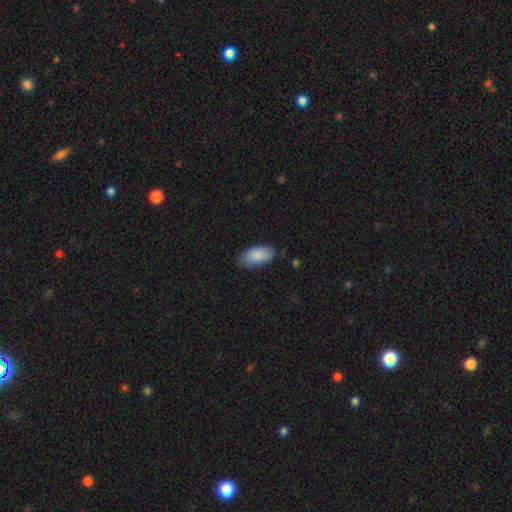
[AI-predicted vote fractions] The model was most divided on "merging": none: 78%, minor disturbance: 18%, major disturbance: 3%, merger: 1%. More confident: how rounded — in between (94%); smooth or featured — smooth (86%).